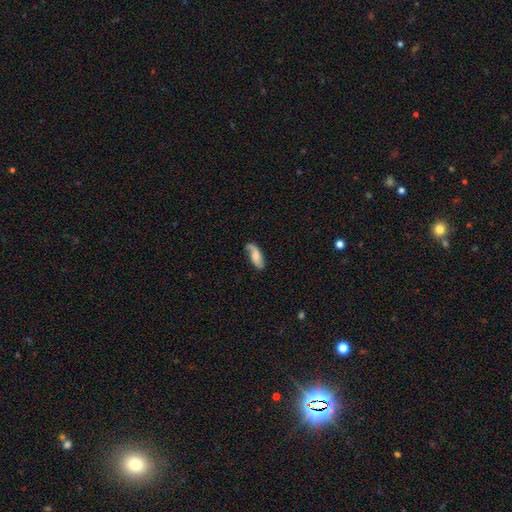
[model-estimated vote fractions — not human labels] smooth_or_featured: featured or disk (p=0.47) [alt: smooth p=0.46]
merging: none (p=0.63) [alt: minor disturbance p=0.24]